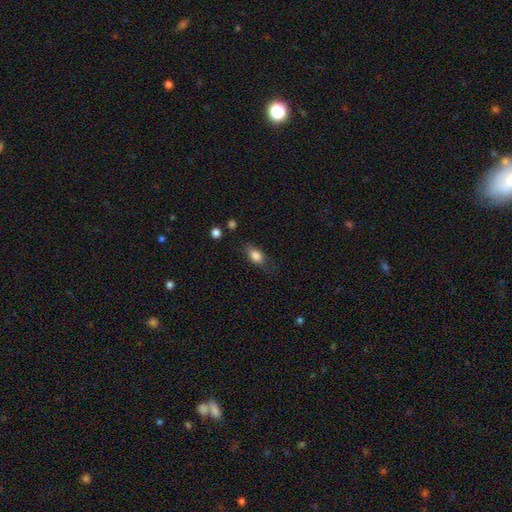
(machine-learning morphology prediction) This is clearly a smooth galaxy (82%). How rounded: clearly in between (80%). Merging: likely none (66%).